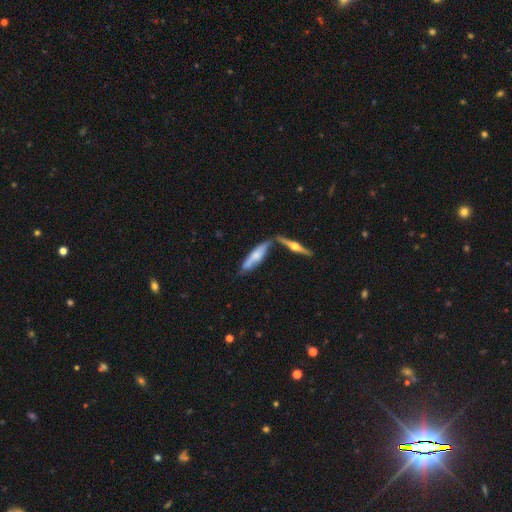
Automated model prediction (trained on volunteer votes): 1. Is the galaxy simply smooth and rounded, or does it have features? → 49% smooth, 45% featured or disk, 6% star or artifact.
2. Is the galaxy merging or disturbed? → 50% none, 26% merger, 19% minor disturbance, 5% major disturbance.